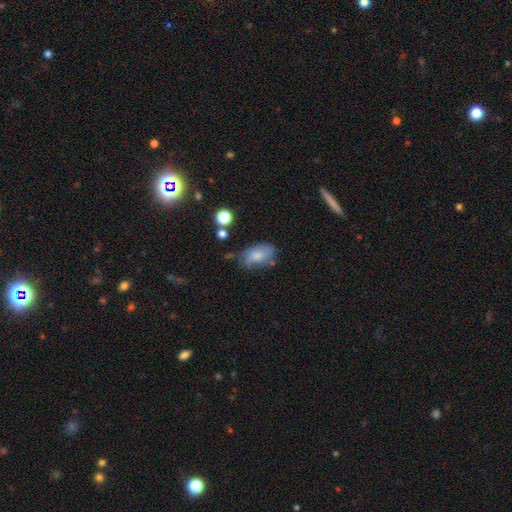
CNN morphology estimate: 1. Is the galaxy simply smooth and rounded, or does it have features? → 66% smooth, 23% featured or disk, 11% star or artifact.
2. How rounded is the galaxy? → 88% in between, 8% round, 4% cigar-shaped.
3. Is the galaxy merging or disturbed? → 61% none, 27% minor disturbance, 8% major disturbance, 4% merger.